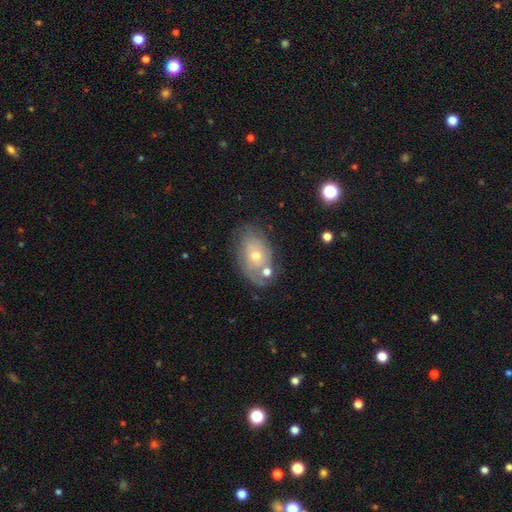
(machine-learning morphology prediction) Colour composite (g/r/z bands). It shows a featured or disk galaxy (61%) with no bar (83%), spiral arms (68%) and a small central bulge (48%). Merging: none (58%).